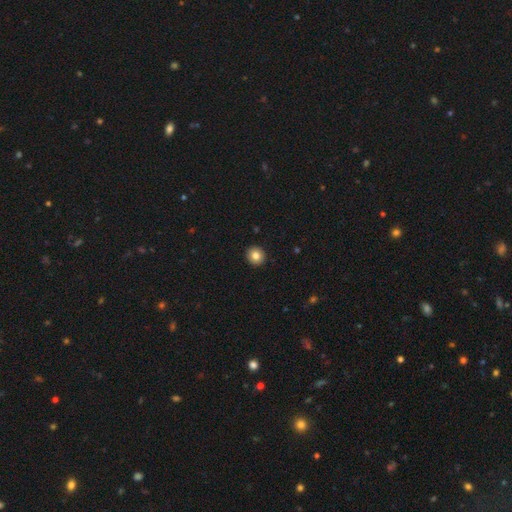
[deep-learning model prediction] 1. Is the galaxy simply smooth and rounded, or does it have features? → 83% smooth, 9% star or artifact, 8% featured or disk.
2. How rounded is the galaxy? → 90% round, 9% in between, 1% cigar-shaped.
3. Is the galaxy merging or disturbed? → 93% none, 5% minor disturbance, 1% major disturbance, 1% merger.